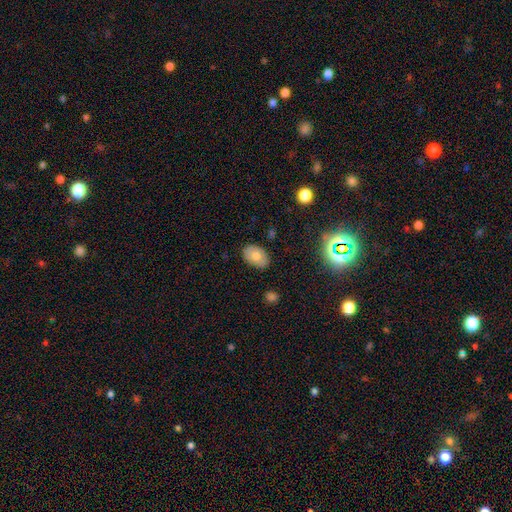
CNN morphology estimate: The model was most divided on "smooth or featured": smooth: 75%, featured or disk: 16%, star or artifact: 9%. More confident: how rounded — in between (87%); merging — none (81%).